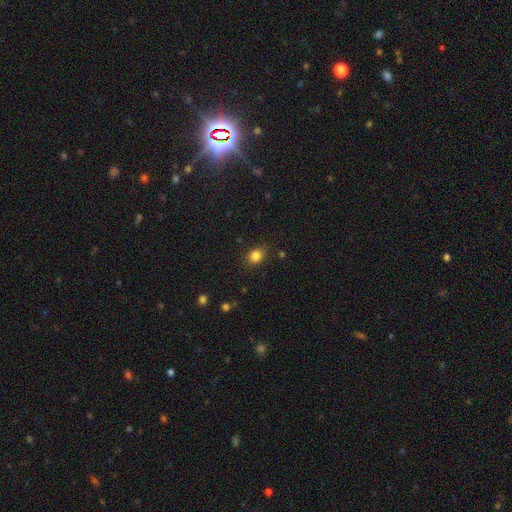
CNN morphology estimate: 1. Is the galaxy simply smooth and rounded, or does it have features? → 83% smooth, 12% star or artifact, 5% featured or disk.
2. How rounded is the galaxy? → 57% round, 42% in between, 1% cigar-shaped.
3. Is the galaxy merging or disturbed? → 83% none, 12% minor disturbance, 3% major disturbance, 1% merger.